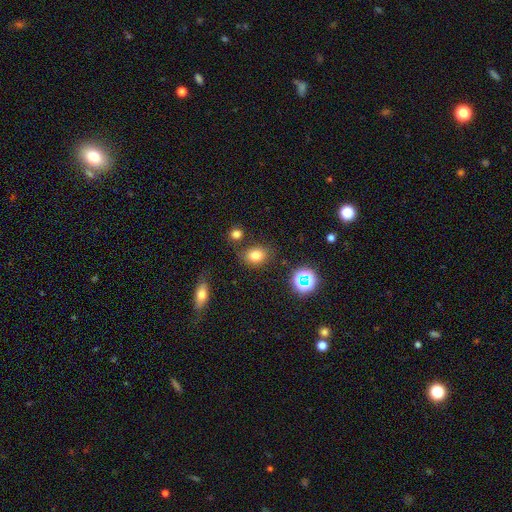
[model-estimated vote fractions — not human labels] The model was most divided on "how rounded": in between: 54%, round: 45%, cigar-shaped: 1%. More confident: smooth or featured — smooth (77%); merging — none (75%).